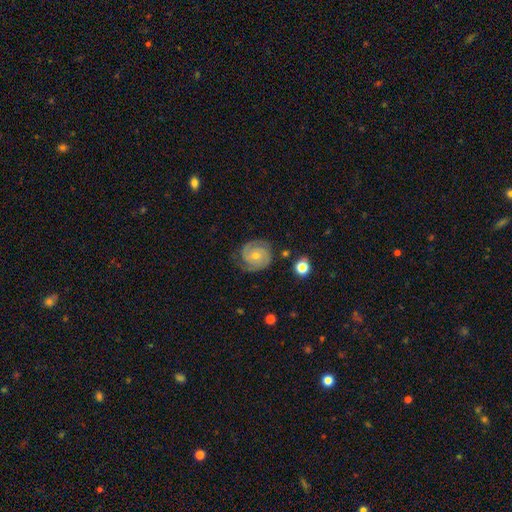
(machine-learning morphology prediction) Q: Smooth or featured?
A: featured or disk (87%); runner-up: smooth (8%)
Q: Edge-on disk?
A: no (98%); runner-up: yes (2%)
Q: Bar?
A: no (69%); runner-up: weak (25%)
Q: Spiral arms?
A: yes (98%); runner-up: no (2%)
Q: Spiral winding?
A: tight (69%); runner-up: medium (26%)
Q: Spiral arm count?
A: 2 (78%); runner-up: 3 (10%)
Q: Bulge size?
A: small (53%); runner-up: moderate (44%)
Q: Merging?
A: none (81%); runner-up: minor disturbance (14%)